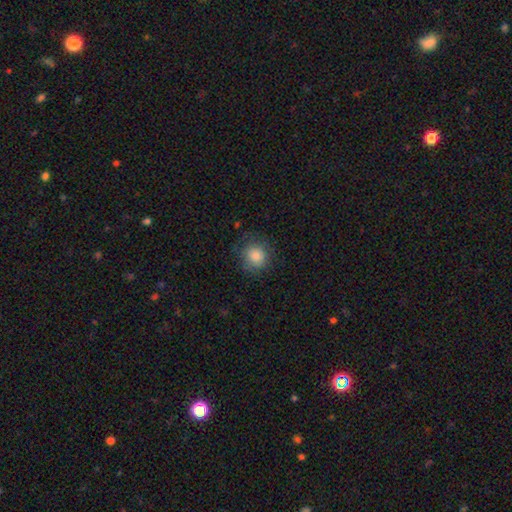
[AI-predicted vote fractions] smooth-or-featured: smooth: 83% | star or artifact: 10% | featured or disk: 8%
  how-rounded: round: 87% | in between: 12% | cigar-shaped: 1%
  merging: none: 78% | minor disturbance: 15% | major disturbance: 6% | merger: 1%